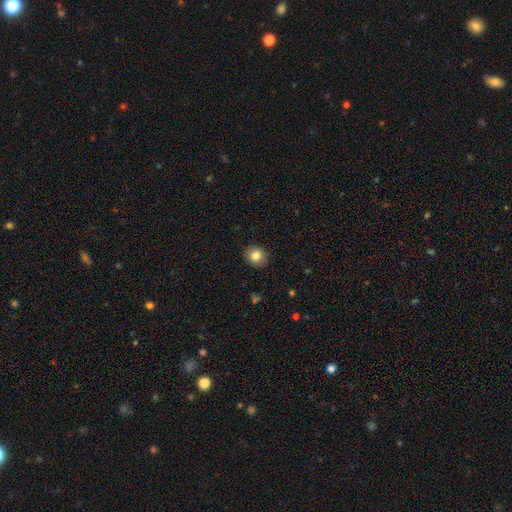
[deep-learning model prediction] Smooth or featured? smooth (82%)
How rounded? round (81%)
Merging? none (89%)